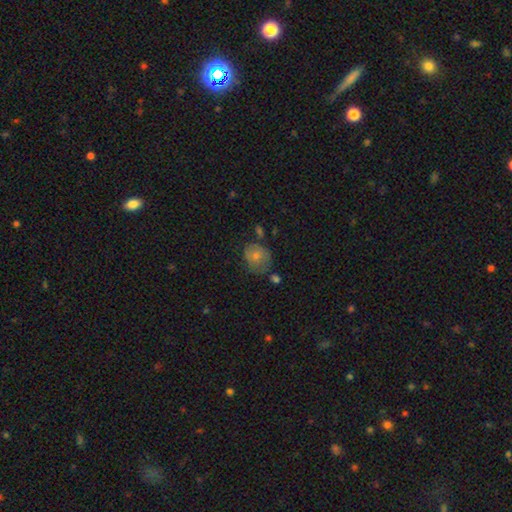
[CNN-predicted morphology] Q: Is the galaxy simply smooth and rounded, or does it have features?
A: smooth — 59%.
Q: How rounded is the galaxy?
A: round — 74%.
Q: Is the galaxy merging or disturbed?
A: none — 63%.